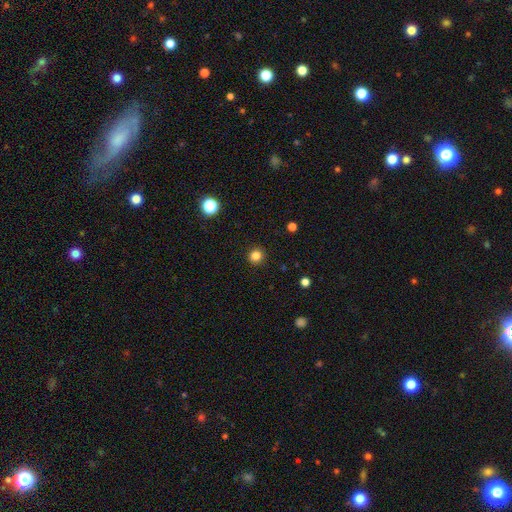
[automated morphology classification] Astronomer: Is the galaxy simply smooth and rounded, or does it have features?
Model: smooth — 83%.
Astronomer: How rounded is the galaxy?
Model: round — 94%.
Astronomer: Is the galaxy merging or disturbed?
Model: none — 93%.